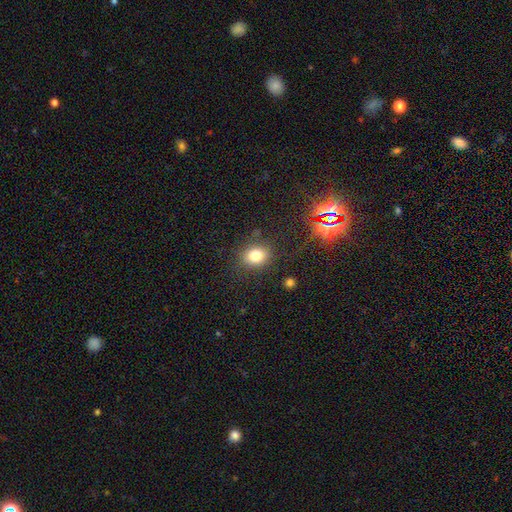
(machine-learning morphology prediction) Overall: smooth (78%). How rounded: round (53%; in between 46%). Merging: none (82%).